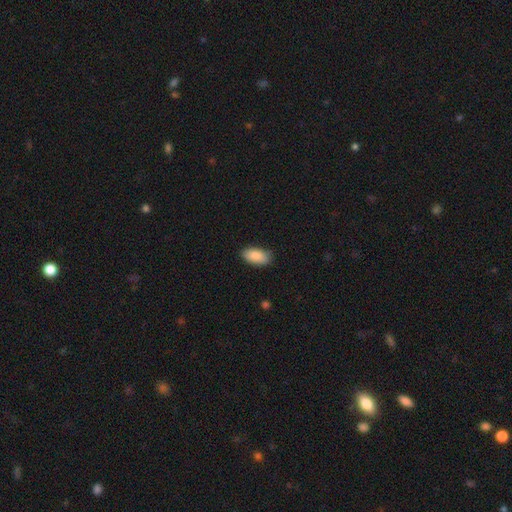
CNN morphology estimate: smooth_or_featured: smooth (p=0.88) [alt: star or artifact p=0.06]
how_rounded: in between (p=0.93) [alt: cigar-shaped p=0.04]
merging: none (p=0.81) [alt: minor disturbance p=0.16]